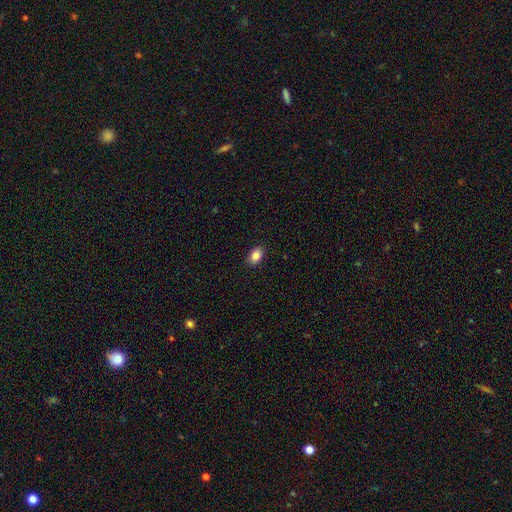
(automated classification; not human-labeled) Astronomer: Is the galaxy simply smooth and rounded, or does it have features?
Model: smooth — 85%.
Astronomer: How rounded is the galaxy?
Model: in between — 85%.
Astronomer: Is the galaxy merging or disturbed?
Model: none — 89%.